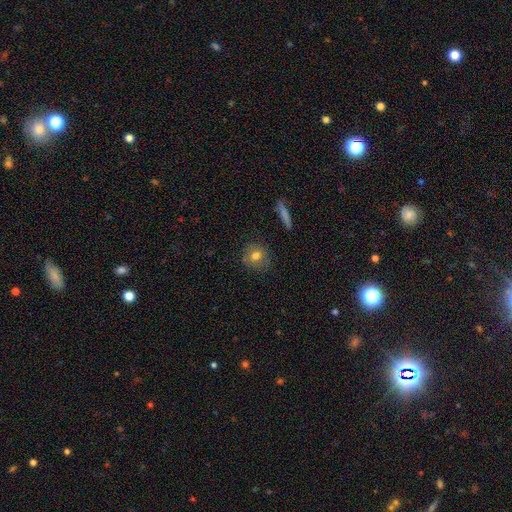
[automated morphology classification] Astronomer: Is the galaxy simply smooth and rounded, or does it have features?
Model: smooth — 74%.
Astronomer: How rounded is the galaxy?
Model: round — 85%.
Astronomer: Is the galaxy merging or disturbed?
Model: none — 82%.